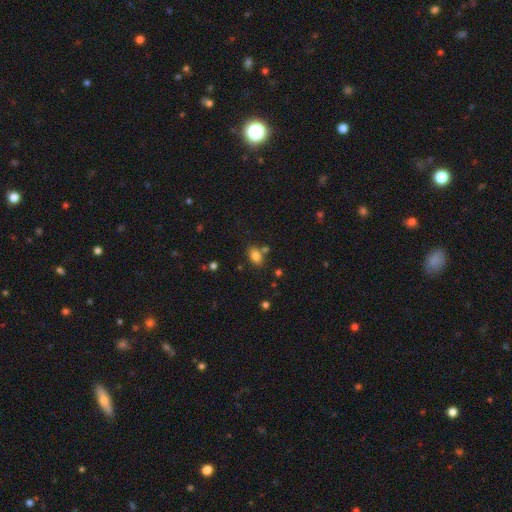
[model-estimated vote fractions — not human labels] This is clearly a smooth galaxy (82%). How rounded: clearly in between (83%). Merging: likely none (70%).